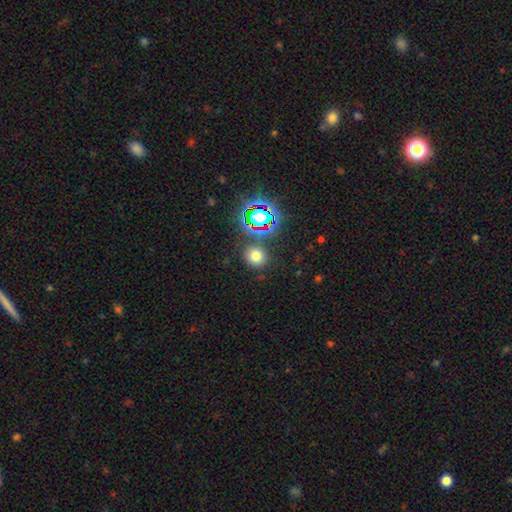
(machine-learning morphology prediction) This is likely a smooth galaxy (69%). How rounded: clearly round (81%). Merging: clearly none (83%).